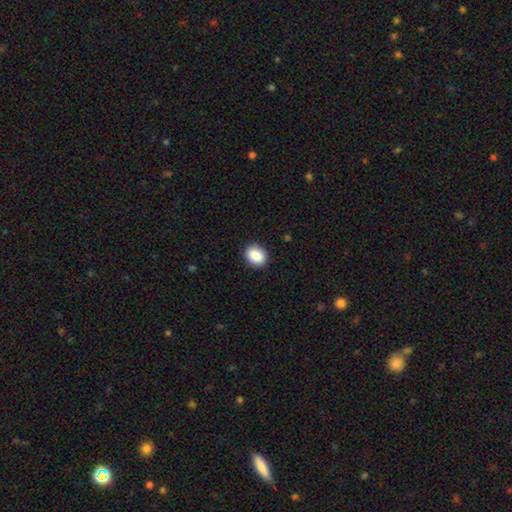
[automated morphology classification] A smooth galaxy with no disk features (89%) that is in between round and cigar-shaped (52%). Merging: none (90%).